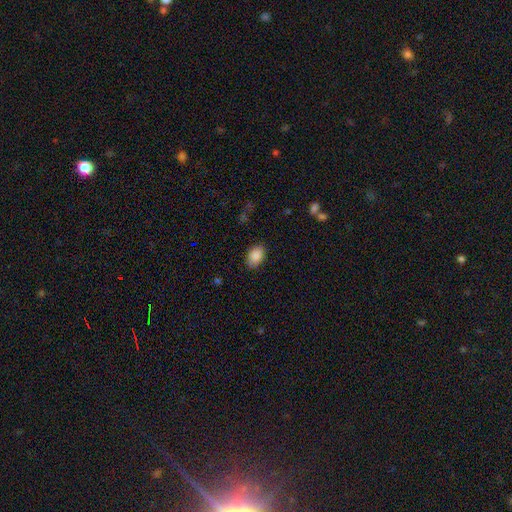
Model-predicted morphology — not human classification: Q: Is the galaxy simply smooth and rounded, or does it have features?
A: smooth — 89%.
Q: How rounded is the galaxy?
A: in between — 86%.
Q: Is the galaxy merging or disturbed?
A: none — 84%.